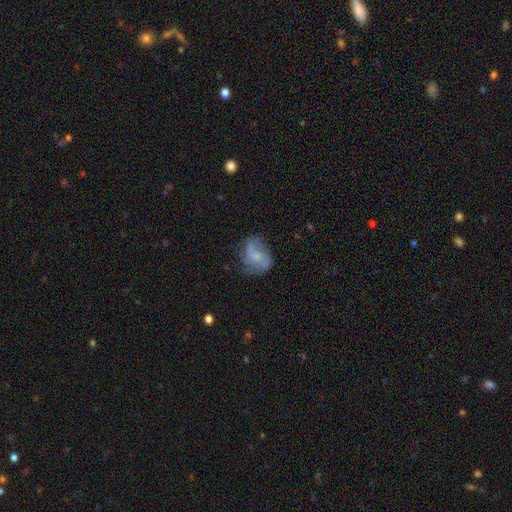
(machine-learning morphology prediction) The model was most divided on "smooth or featured": featured or disk: 50%, smooth: 41%, star or artifact: 10%. More confident: merging — none (53%).